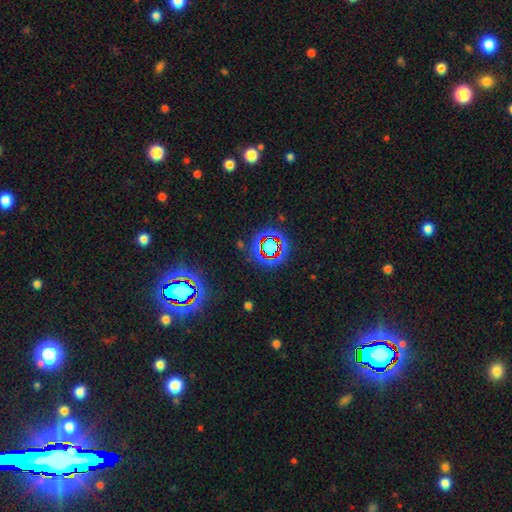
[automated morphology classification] A star or artifact, not a galaxy (77%).